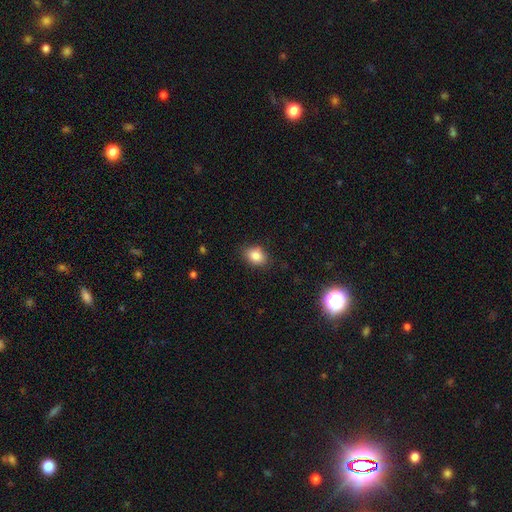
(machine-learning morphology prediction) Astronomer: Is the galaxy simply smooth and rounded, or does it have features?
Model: smooth — 84%.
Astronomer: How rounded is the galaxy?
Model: in between — 71%.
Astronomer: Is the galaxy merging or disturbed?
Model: none — 82%.